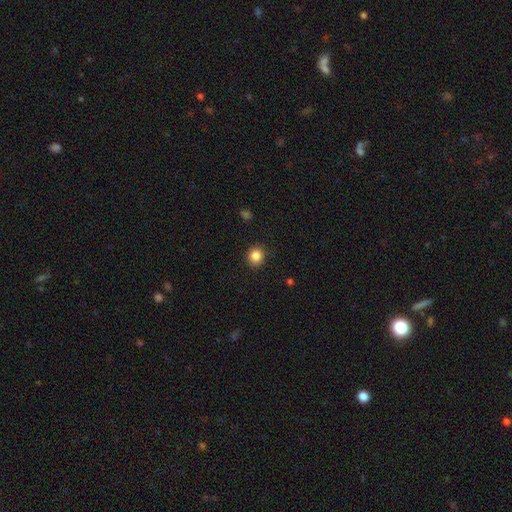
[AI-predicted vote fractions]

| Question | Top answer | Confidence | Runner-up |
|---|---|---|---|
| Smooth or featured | smooth | 85% | star or artifact (11%) |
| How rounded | round | 90% | in between (9%) |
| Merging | none | 91% | minor disturbance (6%) |